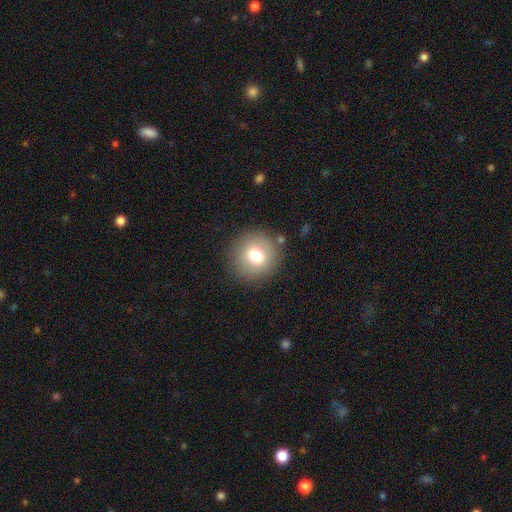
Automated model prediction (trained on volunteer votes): smooth 74%, featured or disk 15%, star or artifact 11%. Down the decision tree: how rounded — round (94%); merging — none (86%).